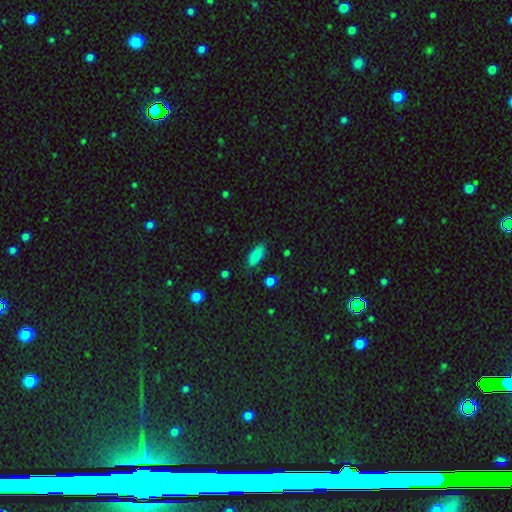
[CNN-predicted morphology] Overall: smooth (85%). How rounded: in between (80%). Merging: none (80%).